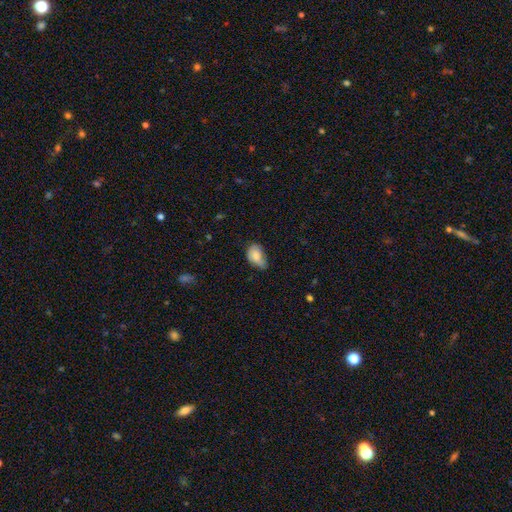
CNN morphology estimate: Smooth or featured?
  - smooth: 79% *
  - featured or disk: 14%
  - star or artifact: 7%
How rounded?
  - in between: 87% *
  - round: 11%
  - cigar-shaped: 2%
Merging?
  - minor disturbance: 47% *
  - none: 36%
  - major disturbance: 14%
  - merger: 2%